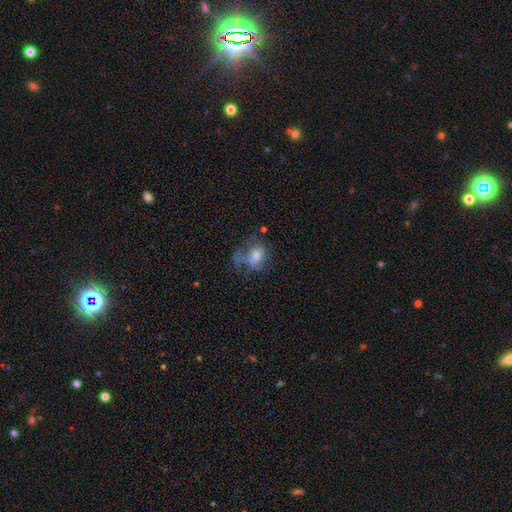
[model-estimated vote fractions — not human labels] The model was most divided on "merging": none: 34%, major disturbance: 33%, minor disturbance: 21%, merger: 12%. Remaining: smooth or featured — smooth (46%).